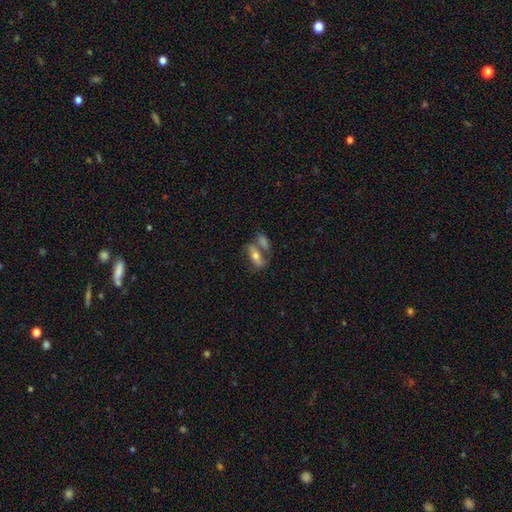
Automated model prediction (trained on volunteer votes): Overall: smooth (48%; featured or disk 42%). Merging: none (42%; merger 38%).